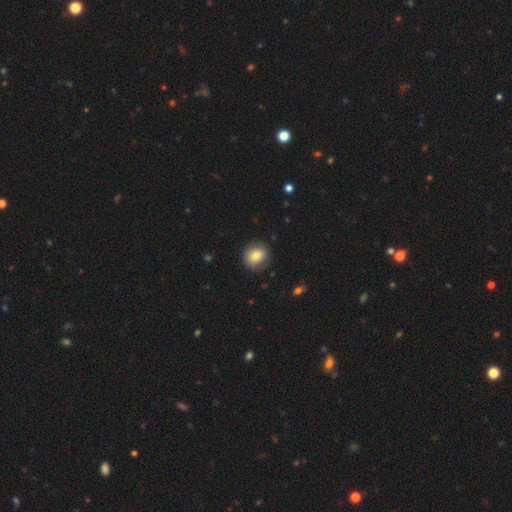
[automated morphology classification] Q: Smooth or featured?
A: smooth (75%); runner-up: featured or disk (17%)
Q: How rounded?
A: round (80%); runner-up: in between (19%)
Q: Merging?
A: none (82%); runner-up: minor disturbance (13%)